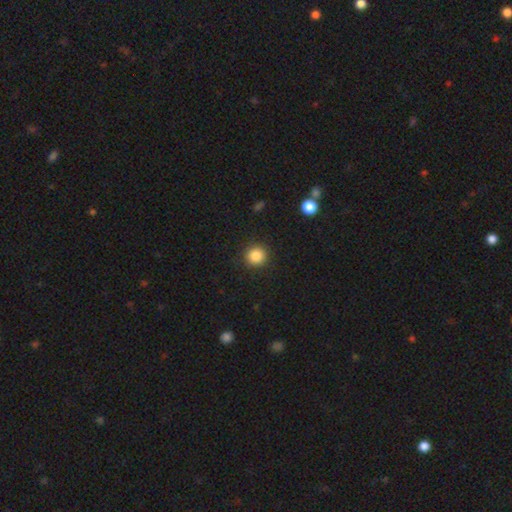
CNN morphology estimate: Smooth or featured: smooth — 86% (star or artifact — 10%)
How rounded: round — 93% (in between — 6%)
Merging: none — 91% (minor disturbance — 6%)